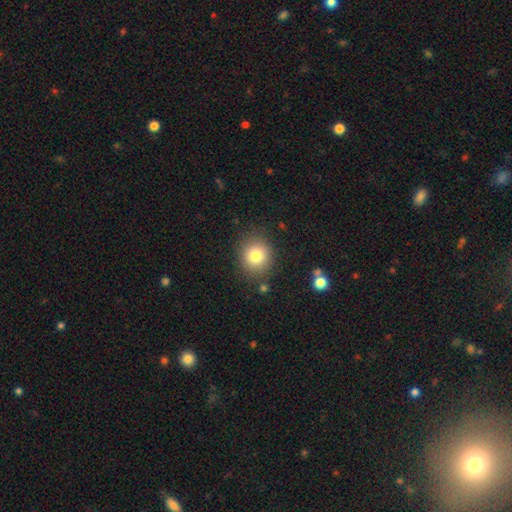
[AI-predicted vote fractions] A smooth galaxy with no disk features (80%) that is round (83%). Merging: none (85%).